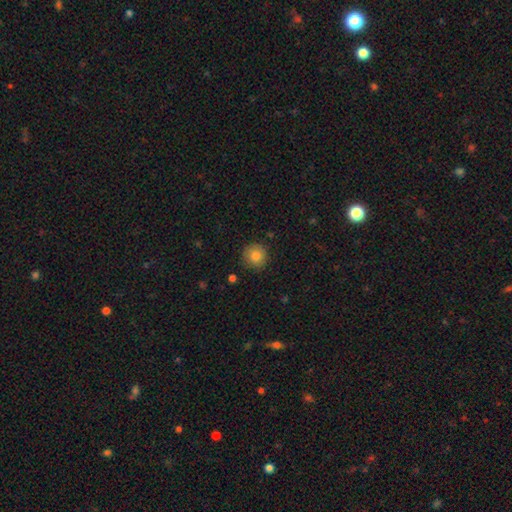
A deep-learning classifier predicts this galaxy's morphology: This is clearly a smooth galaxy (83%). How rounded: clearly round (94%). Merging: clearly none (88%).